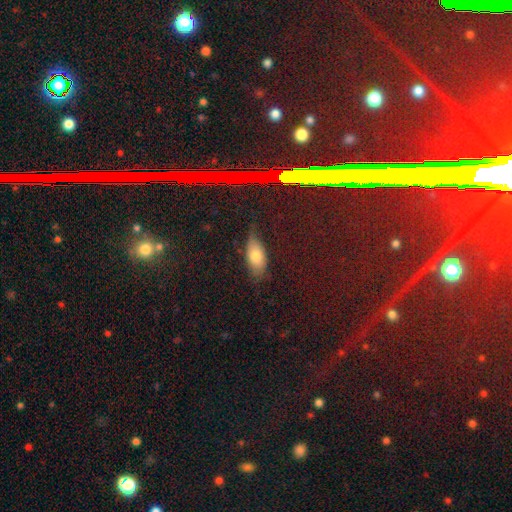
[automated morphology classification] Smooth or featured: smooth — 72% (featured or disk — 17%)
How rounded: in between — 84% (cigar-shaped — 12%)
Merging: none — 69% (minor disturbance — 24%)